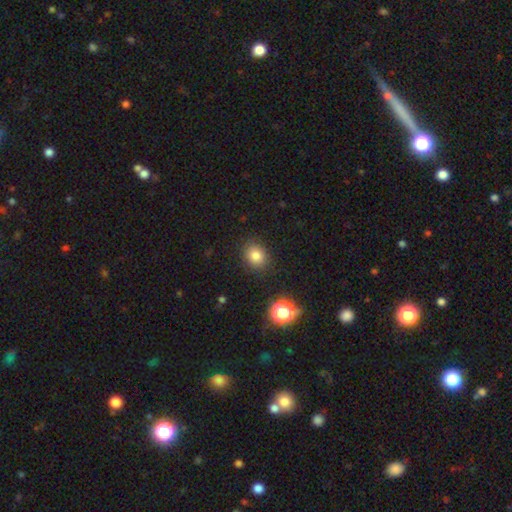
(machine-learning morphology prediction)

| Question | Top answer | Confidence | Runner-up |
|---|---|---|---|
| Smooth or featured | smooth | 80% | star or artifact (13%) |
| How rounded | round | 65% | in between (35%) |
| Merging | none | 87% | minor disturbance (8%) |